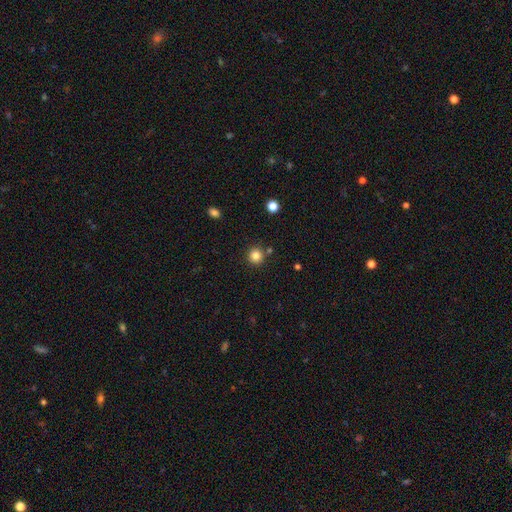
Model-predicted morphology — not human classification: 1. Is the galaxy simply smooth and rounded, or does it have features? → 84% smooth, 12% star or artifact, 5% featured or disk.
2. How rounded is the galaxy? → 94% round, 5% in between, 1% cigar-shaped.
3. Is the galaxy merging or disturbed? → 87% none, 6% minor disturbance, 5% merger, 2% major disturbance.